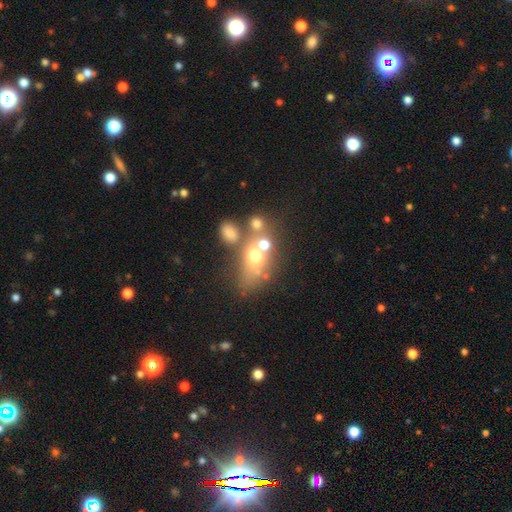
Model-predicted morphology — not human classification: This appears to be a smooth galaxy with no disk features (49%). Merging: merger (42%).